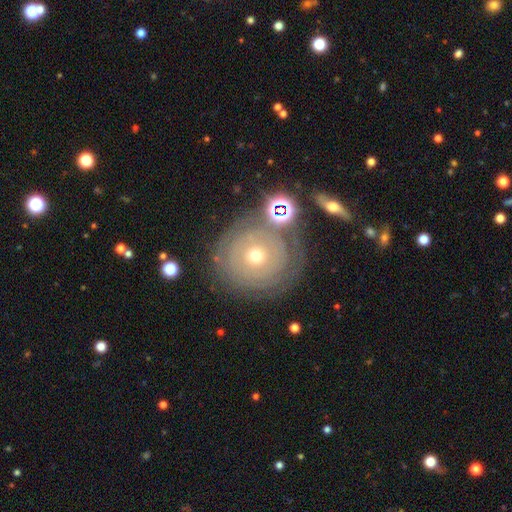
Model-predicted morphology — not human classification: type=featured or disk (61%); edge-on=no (96%); bar=no (88%); spiral arms=yes (58%); bulge=small (53%); merging=none (70%).